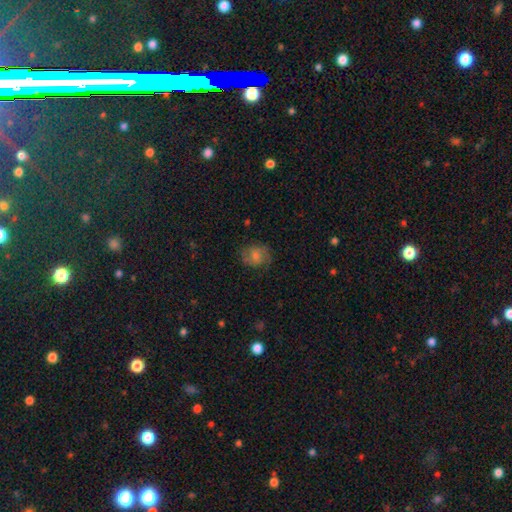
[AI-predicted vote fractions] This is marginally a featured or disk galaxy (44%). Merging: likely none (77%).